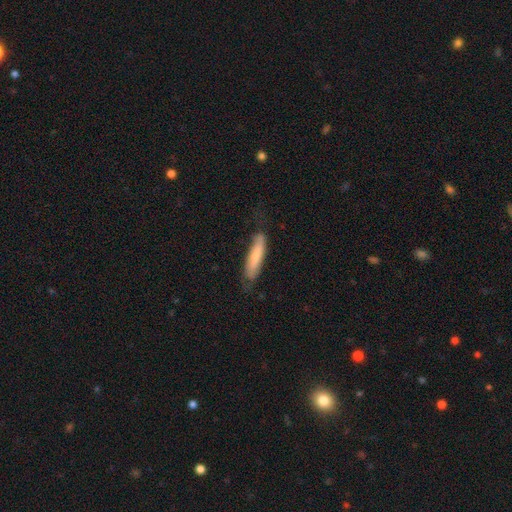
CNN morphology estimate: Smooth or featured: smooth — 70% (featured or disk — 25%)
How rounded: cigar-shaped — 79% (in between — 19%)
Merging: none — 65% (minor disturbance — 25%)